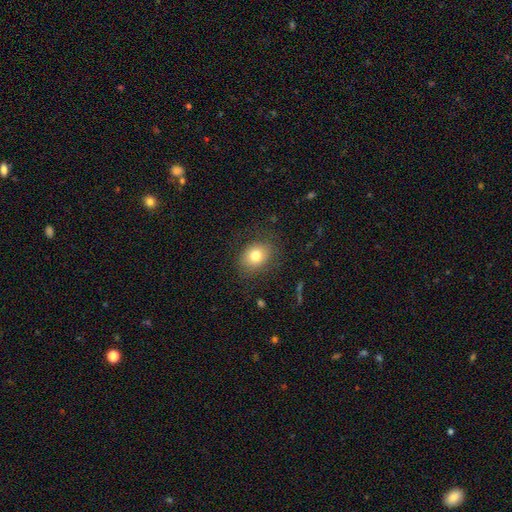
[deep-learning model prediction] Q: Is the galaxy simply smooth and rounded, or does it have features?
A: smooth — 78%.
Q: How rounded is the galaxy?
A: in between — 57%.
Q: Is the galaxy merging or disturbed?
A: none — 80%.